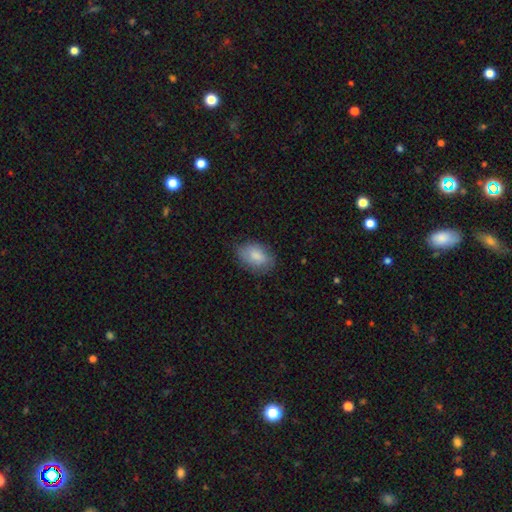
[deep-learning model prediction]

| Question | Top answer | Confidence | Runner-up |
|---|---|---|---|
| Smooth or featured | smooth | 82% | featured or disk (11%) |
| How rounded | in between | 88% | round (11%) |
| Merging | none | 71% | minor disturbance (22%) |